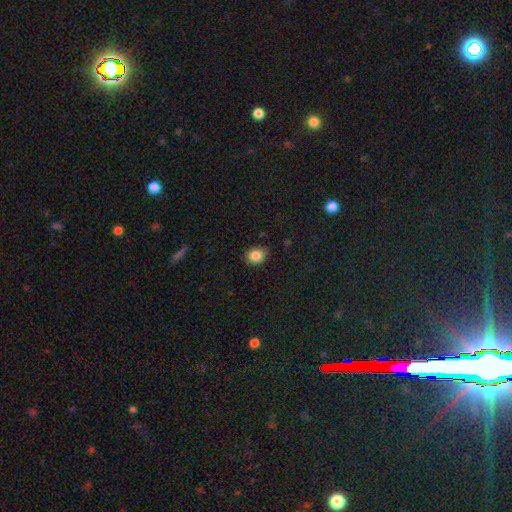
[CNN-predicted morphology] Smooth or featured? Predicted: smooth (p=0.85). How rounded? Predicted: round (p=0.54). Merging? Predicted: none (p=0.81).